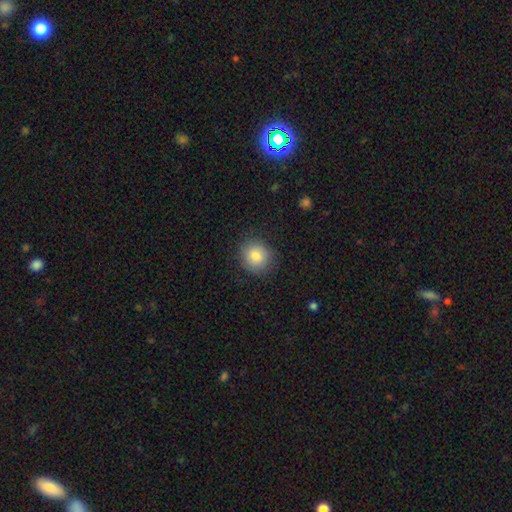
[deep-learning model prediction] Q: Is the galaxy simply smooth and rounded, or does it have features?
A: smooth — 83%.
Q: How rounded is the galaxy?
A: round — 85%.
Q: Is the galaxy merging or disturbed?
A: none — 84%.